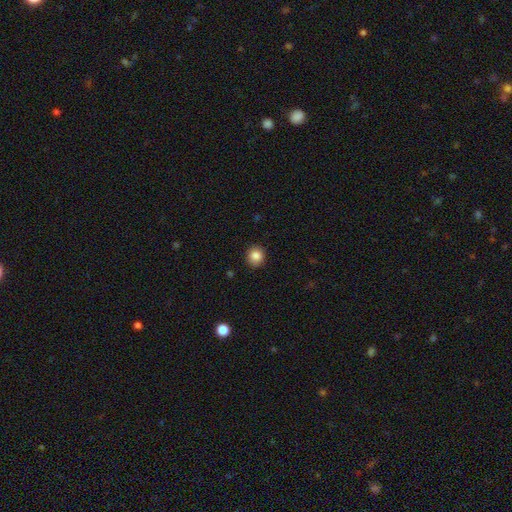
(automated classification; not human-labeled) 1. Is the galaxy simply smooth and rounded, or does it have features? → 86% smooth, 10% star or artifact, 4% featured or disk.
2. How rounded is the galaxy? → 84% round, 15% in between, 1% cigar-shaped.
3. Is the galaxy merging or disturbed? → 90% none, 7% minor disturbance, 2% major disturbance, 1% merger.